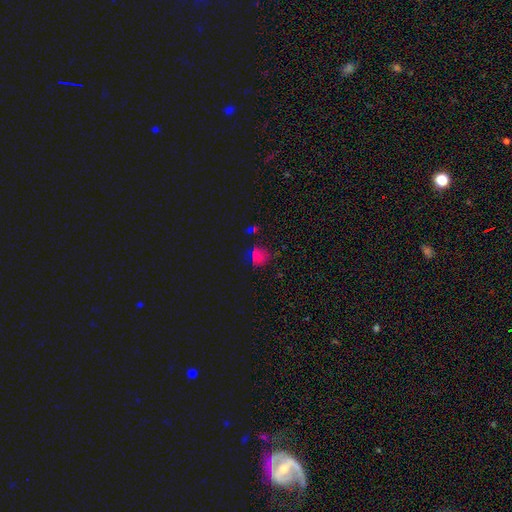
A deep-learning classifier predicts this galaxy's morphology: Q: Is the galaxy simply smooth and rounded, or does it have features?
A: smooth — 47%.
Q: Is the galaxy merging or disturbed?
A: none — 66%.